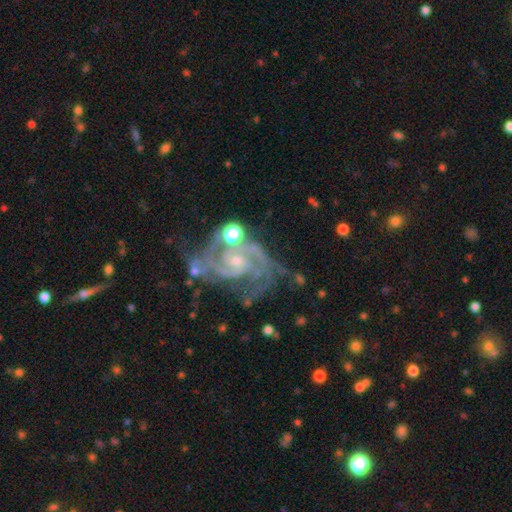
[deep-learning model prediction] smooth-or-featured: featured or disk: 88% | star or artifact: 8% | smooth: 4%
  disk-edge-on: no: 98% | yes: 2%
    bar: no: 55% | weak: 34% | strong: 10%
    has-spiral-arms: yes: 97% | no: 3%
      spiral-winding: tight: 46% | medium: 45% | loose: 10%
      spiral-arm-count: 2: 57% | 3: 17% | can't tell: 12% | 4: 5% | 1: 5% | more than 4: 4%
    bulge-size: small: 67% | moderate: 26% | none: 4% | large: 2% | dominant: 1%
  merging: none: 53% | minor disturbance: 21% | major disturbance: 16% | merger: 11%